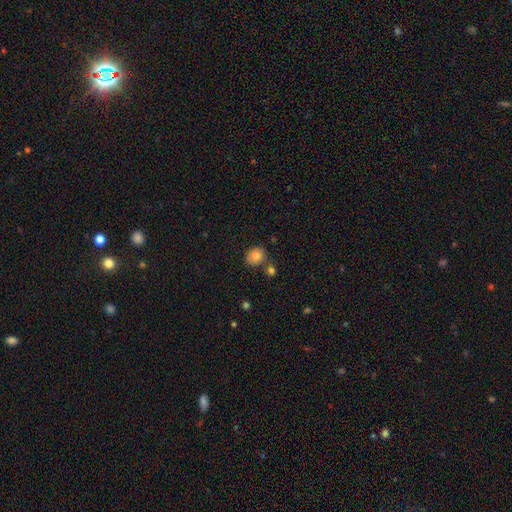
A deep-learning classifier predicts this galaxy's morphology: A smooth galaxy with no disk features (82%) that is round (69%).

Vote fractions:
- Smooth or featured? smooth: 82% / star or artifact: 10% / featured or disk: 8%
- How rounded? round: 69% / in between: 30% / cigar-shaped: 1%
- Merging? none: 70% / minor disturbance: 15% / merger: 11% / major disturbance: 4%